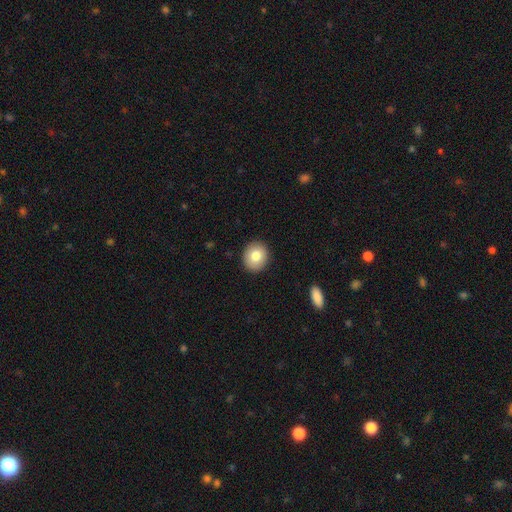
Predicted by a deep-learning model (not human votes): A smooth galaxy with no disk features (81%) that is round (71%).

Vote fractions:
- Smooth or featured? smooth: 81% / featured or disk: 10% / star or artifact: 8%
- How rounded? round: 71% / in between: 28% / cigar-shaped: 1%
- Merging? none: 91% / minor disturbance: 7% / major disturbance: 2% / merger: 1%